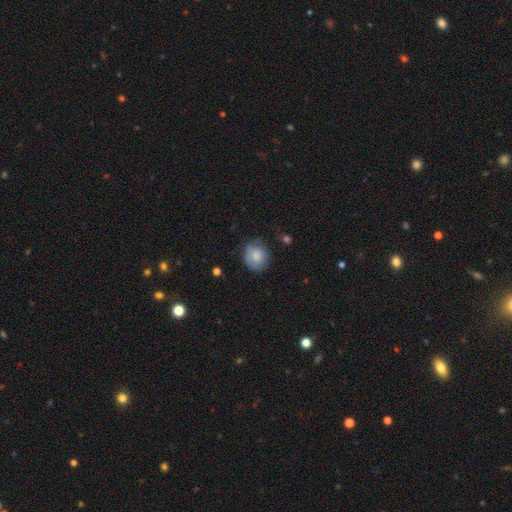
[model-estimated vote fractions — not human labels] This appears to be a smooth galaxy with no disk features (76%) that is round (70%). Merging: none (66%).